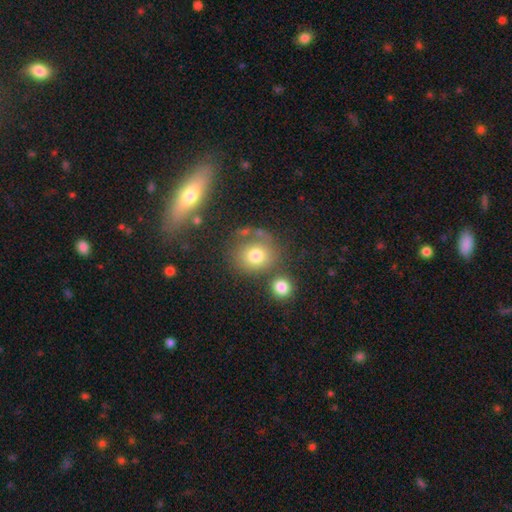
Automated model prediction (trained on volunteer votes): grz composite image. It shows a smooth galaxy with no disk features (76%) that is round (80%). Merging: none (60%).